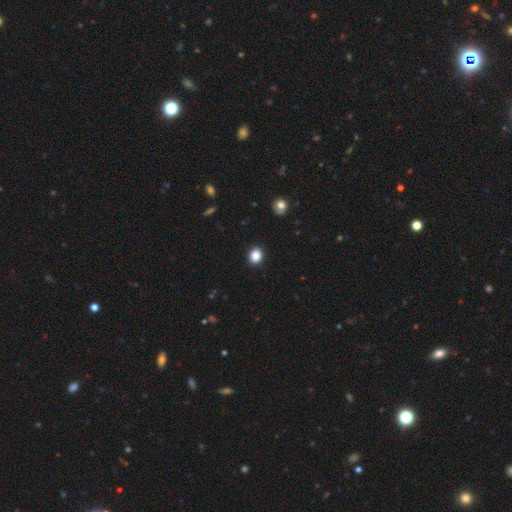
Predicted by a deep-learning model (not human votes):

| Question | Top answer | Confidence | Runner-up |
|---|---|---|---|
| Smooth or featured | smooth | 86% | star or artifact (10%) |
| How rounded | round | 64% | in between (35%) |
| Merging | none | 91% | minor disturbance (6%) |